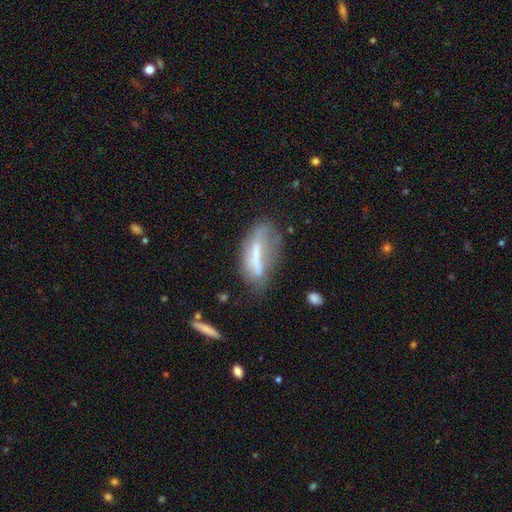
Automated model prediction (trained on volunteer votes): smooth_or_featured: smooth (p=0.47) [alt: featured or disk p=0.43]
merging: none (p=0.41) [alt: minor disturbance p=0.29]